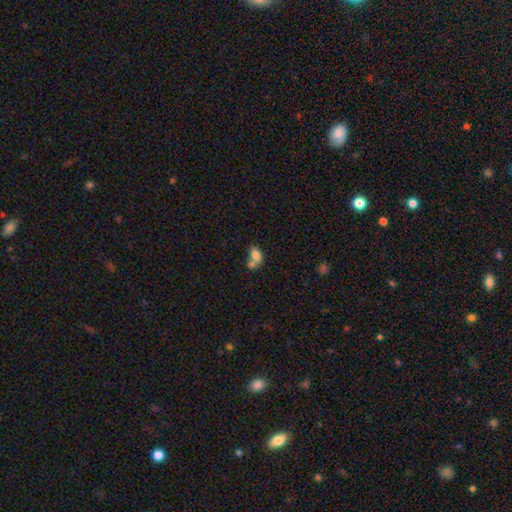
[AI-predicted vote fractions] Smooth or featured?
  - smooth: 77% *
  - featured or disk: 13%
  - star or artifact: 9%
How rounded?
  - in between: 81% *
  - round: 18%
  - cigar-shaped: 2%
Merging?
  - merger: 58% *
  - none: 26%
  - minor disturbance: 10%
  - major disturbance: 6%